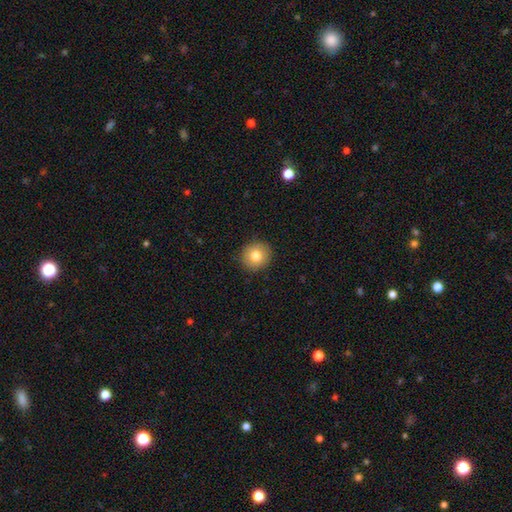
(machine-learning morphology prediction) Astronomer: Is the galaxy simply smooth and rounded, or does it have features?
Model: smooth — 79%.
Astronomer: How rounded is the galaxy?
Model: round — 89%.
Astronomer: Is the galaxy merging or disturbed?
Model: none — 91%.